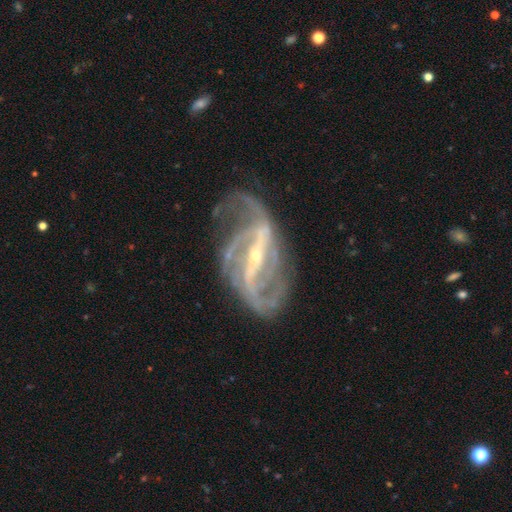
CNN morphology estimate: Smooth or featured: featured or disk — 92% (star or artifact — 5%)
Edge-on disk: no — 96% (yes — 4%)
Bar: strong — 74% (weak — 19%)
Spiral arms: yes — 97% (no — 3%)
Spiral winding: medium — 46% (loose — 32%)
Spiral arm count: 2 — 55% (3 — 15%)
Bulge size: small — 75% (moderate — 22%)
Merging: none — 58% (minor disturbance — 21%)